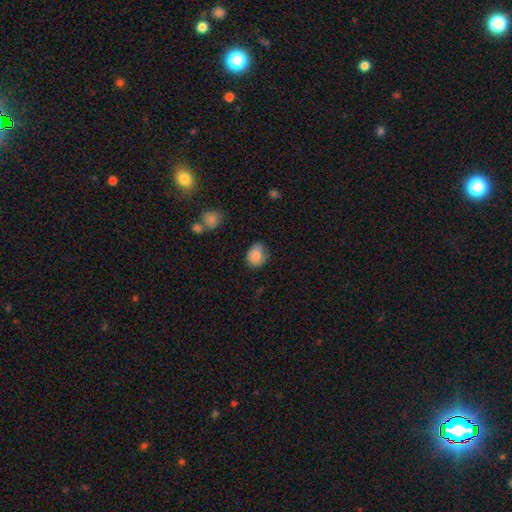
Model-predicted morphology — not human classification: A smooth galaxy with no disk features (84%) that is round (54%). Merging: none (67%).